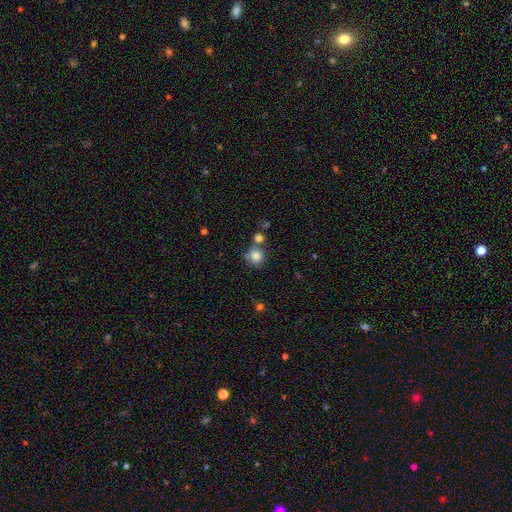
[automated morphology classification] The model was most divided on "merging": none: 59%, merger: 23%, minor disturbance: 14%, major disturbance: 5%. More confident: how rounded — round (86%); smooth or featured — smooth (82%).